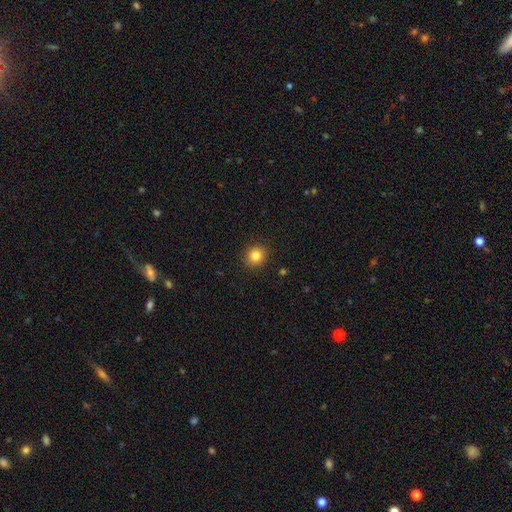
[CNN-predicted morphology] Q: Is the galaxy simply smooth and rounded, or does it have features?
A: smooth — 83%.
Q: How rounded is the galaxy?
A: round — 86%.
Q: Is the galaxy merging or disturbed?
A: none — 91%.